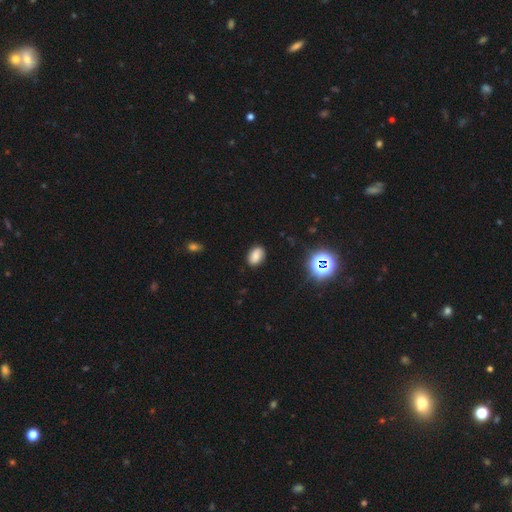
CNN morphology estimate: smooth-or-featured: smooth: 77% | star or artifact: 14% | featured or disk: 9%
  how-rounded: in between: 82% | round: 16% | cigar-shaped: 1%
  merging: none: 86% | minor disturbance: 11% | major disturbance: 2% | merger: 1%